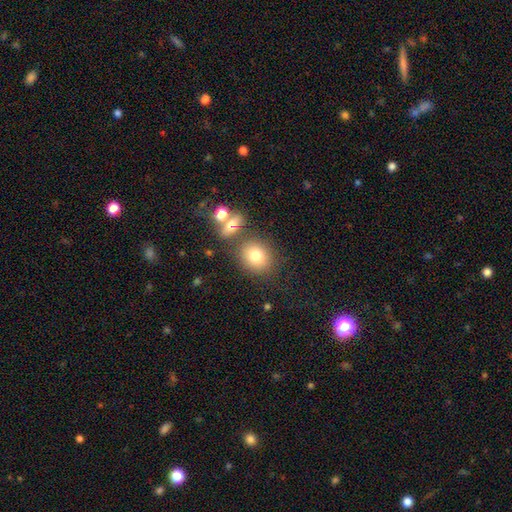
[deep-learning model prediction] Smooth or featured? Predicted: smooth (p=0.79). How rounded? Predicted: round (p=0.63). Merging? Predicted: none (p=0.70).